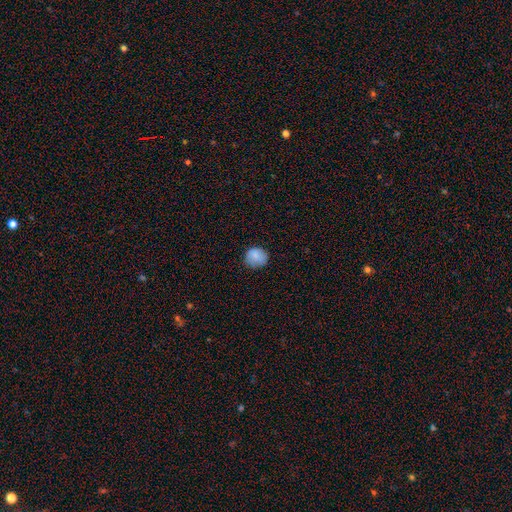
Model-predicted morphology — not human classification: type=smooth (85%); roundness=round (83%); merging=none (80%).